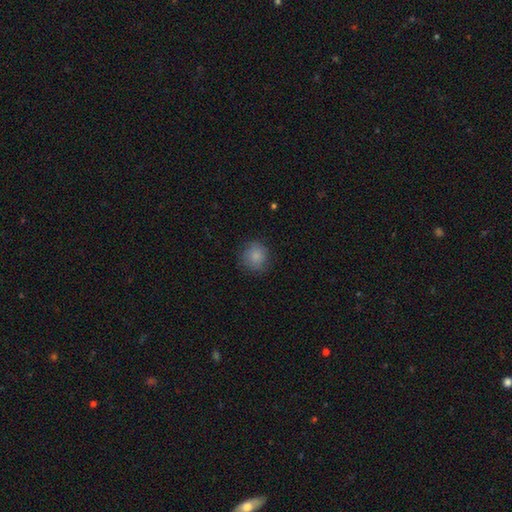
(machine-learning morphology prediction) smooth-or-featured: smooth: 85% | star or artifact: 8% | featured or disk: 7%
  how-rounded: round: 90% | in between: 9% | cigar-shaped: 1%
  merging: none: 82% | minor disturbance: 13% | major disturbance: 4% | merger: 1%